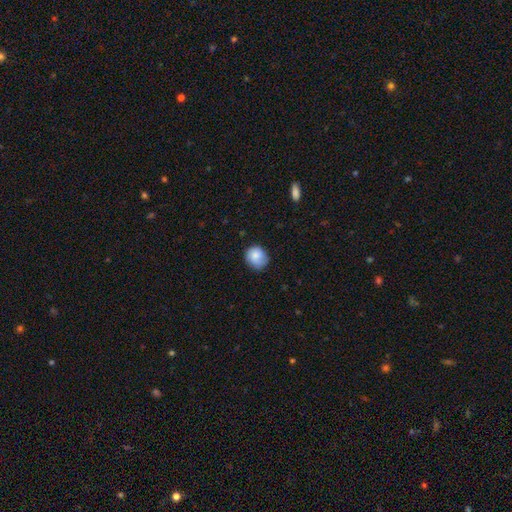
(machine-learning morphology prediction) Smooth or featured? Predicted: smooth (p=0.84). How rounded? Predicted: round (p=0.78). Merging? Predicted: none (p=0.73).